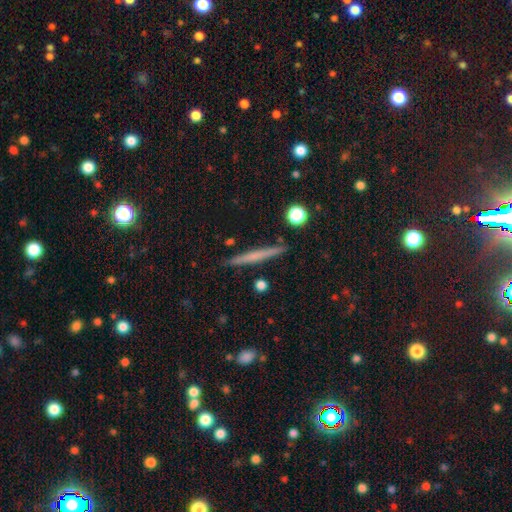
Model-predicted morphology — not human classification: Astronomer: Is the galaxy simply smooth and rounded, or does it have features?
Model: smooth — 50% (runner-up: featured or disk, 43%).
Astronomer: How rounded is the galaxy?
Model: cigar-shaped — 95%.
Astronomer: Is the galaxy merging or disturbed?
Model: none — 90%.